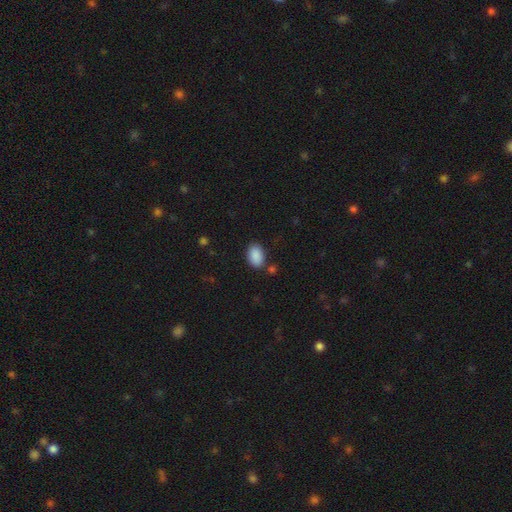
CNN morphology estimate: smooth_or_featured: smooth (p=0.90) [alt: star or artifact p=0.07]
how_rounded: in between (p=0.90) [alt: round p=0.09]
merging: none (p=0.81) [alt: minor disturbance p=0.11]